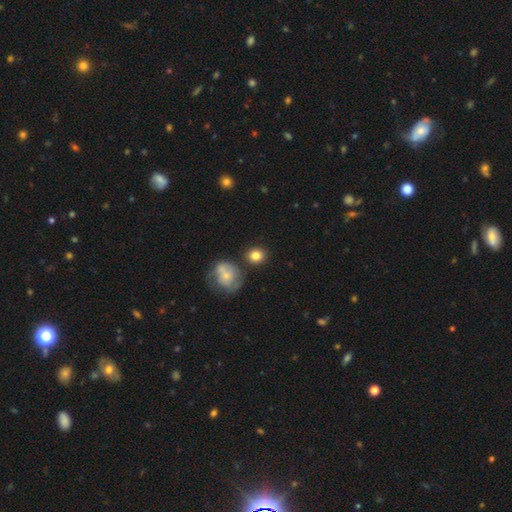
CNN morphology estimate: smooth 83%, star or artifact 9%, featured or disk 8%. Down the decision tree: how rounded — round (83%); merging — none (79%).